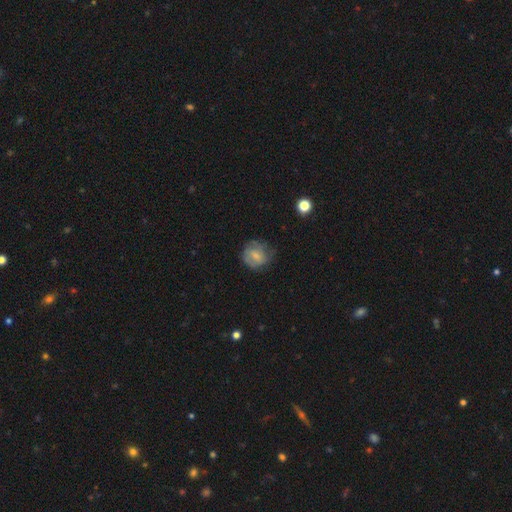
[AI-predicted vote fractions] This appears to be a smooth galaxy with no disk features (57%) that is round (77%). Merging: none (60%).